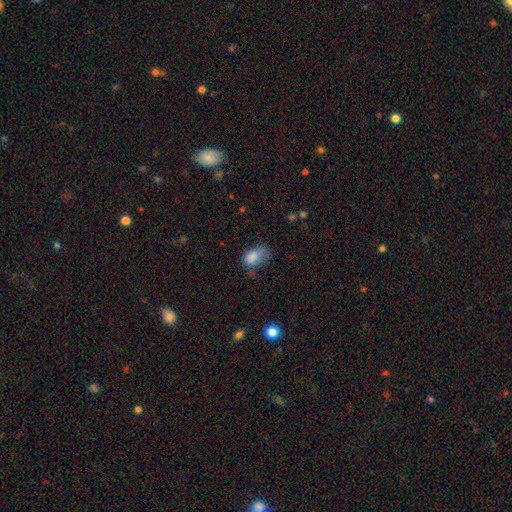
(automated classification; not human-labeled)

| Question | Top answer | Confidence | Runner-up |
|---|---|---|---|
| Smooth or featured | smooth | 83% | star or artifact (9%) |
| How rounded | in between | 89% | round (10%) |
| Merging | none | 39% | minor disturbance (38%) |